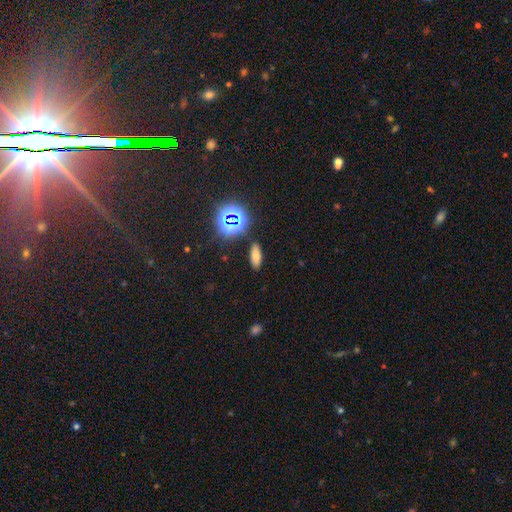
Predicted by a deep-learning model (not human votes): Overall: smooth (69%). How rounded: in between (73%). Merging: none (86%).